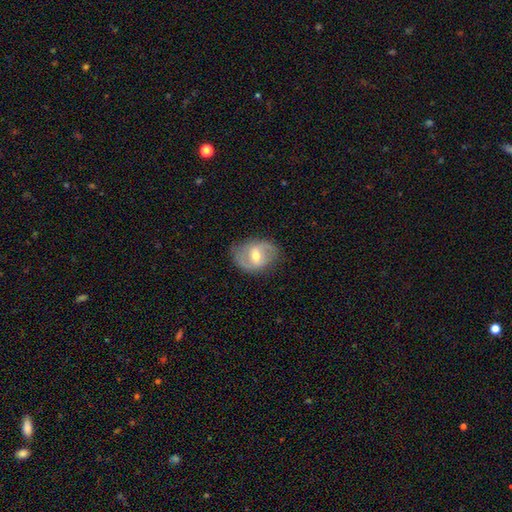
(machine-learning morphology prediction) This is likely a featured or disk galaxy (66%). It is clearly not viewed edge-on (96%). Bar: possibly weak (49%). Spiral arm pattern: likely yes (77%). Central bulge: likely moderate (67%). Merging: likely none (77%).